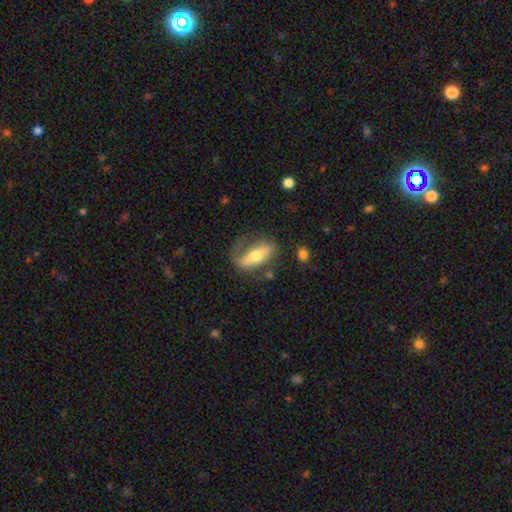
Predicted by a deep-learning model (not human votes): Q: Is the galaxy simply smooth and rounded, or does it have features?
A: featured or disk — 51%.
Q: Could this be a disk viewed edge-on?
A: no — 66%.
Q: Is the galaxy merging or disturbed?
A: none — 57%.